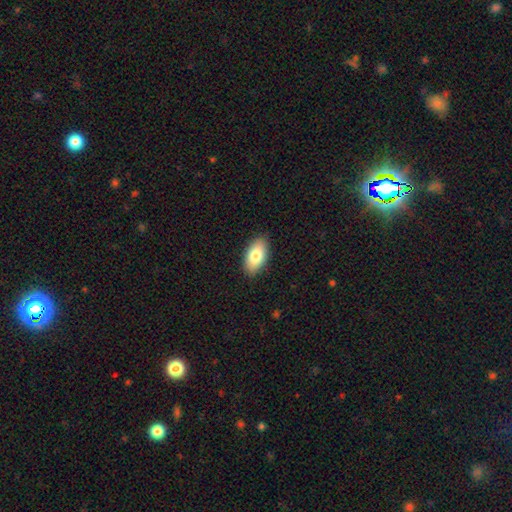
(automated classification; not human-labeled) Smooth or featured?
  - smooth: 81% *
  - featured or disk: 13%
  - star or artifact: 6%
How rounded?
  - in between: 94% *
  - round: 3%
  - cigar-shaped: 3%
Merging?
  - none: 88% *
  - minor disturbance: 9%
  - major disturbance: 2%
  - merger: 1%